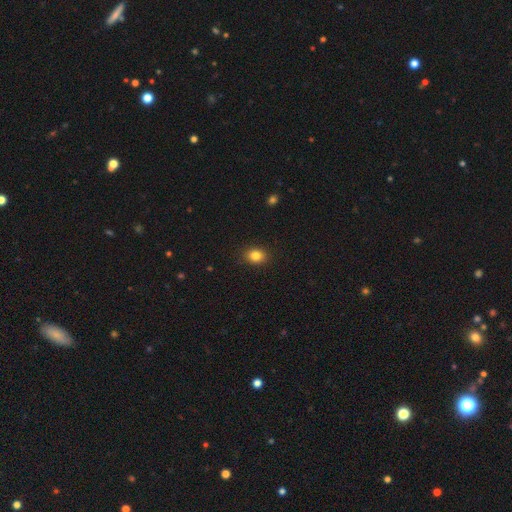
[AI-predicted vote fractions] Q: Smooth or featured?
A: smooth (84%); runner-up: star or artifact (11%)
Q: How rounded?
A: in between (50%); runner-up: round (49%)
Q: Merging?
A: none (89%); runner-up: minor disturbance (8%)